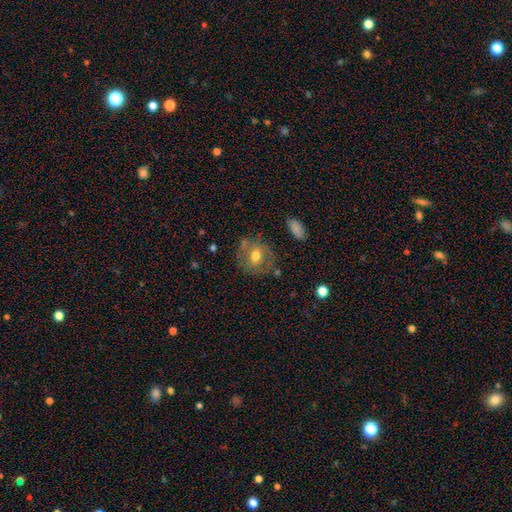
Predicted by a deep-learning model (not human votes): The model was most divided on "smooth or featured": smooth: 55%, featured or disk: 37%, star or artifact: 8%. More confident: how rounded — round (68%); merging — none (67%).